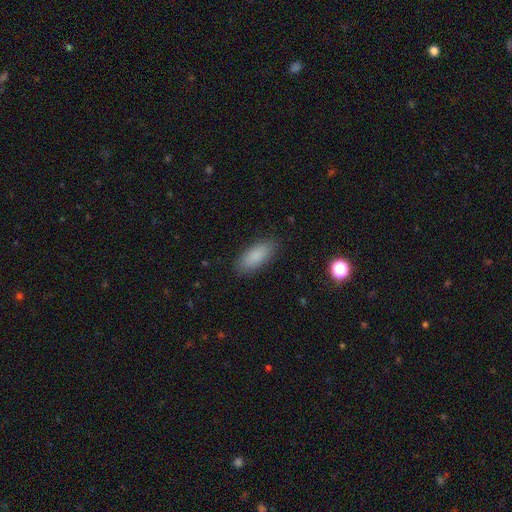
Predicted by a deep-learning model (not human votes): smooth-or-featured: smooth: 87% | star or artifact: 7% | featured or disk: 6%
  how-rounded: in between: 78% | cigar-shaped: 20% | round: 2%
  merging: none: 87% | minor disturbance: 9% | major disturbance: 2% | merger: 1%